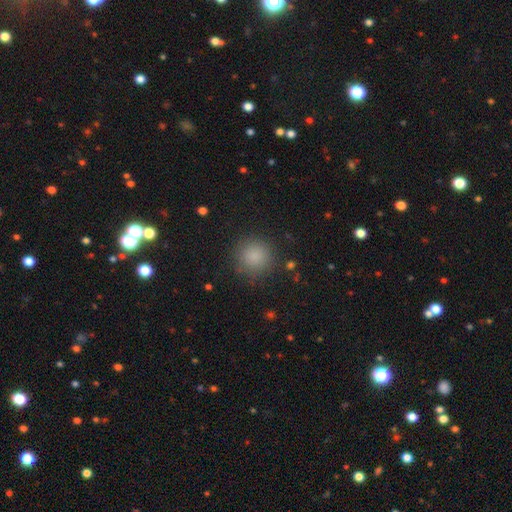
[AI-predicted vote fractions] A smooth galaxy with no disk features (84%) that is round (94%). Merging: none (87%).